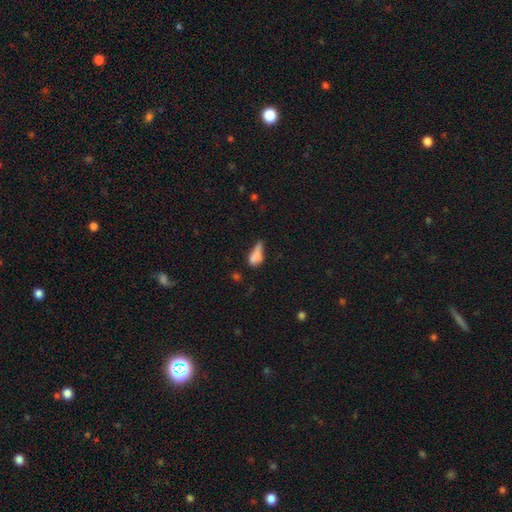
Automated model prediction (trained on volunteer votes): Smooth or featured: smooth — 72% (featured or disk — 17%)
How rounded: in between — 70% (cigar-shaped — 24%)
Merging: minor disturbance — 34% (major disturbance — 27%)